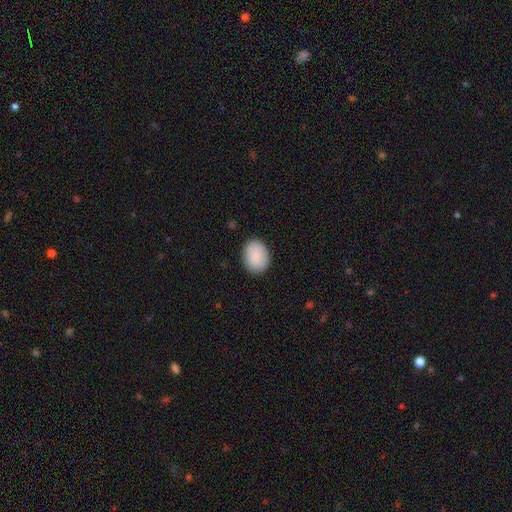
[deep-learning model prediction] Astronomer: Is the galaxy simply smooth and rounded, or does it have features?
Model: smooth — 89%.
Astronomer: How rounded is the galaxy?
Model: in between — 68%.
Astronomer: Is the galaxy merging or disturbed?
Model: none — 87%.